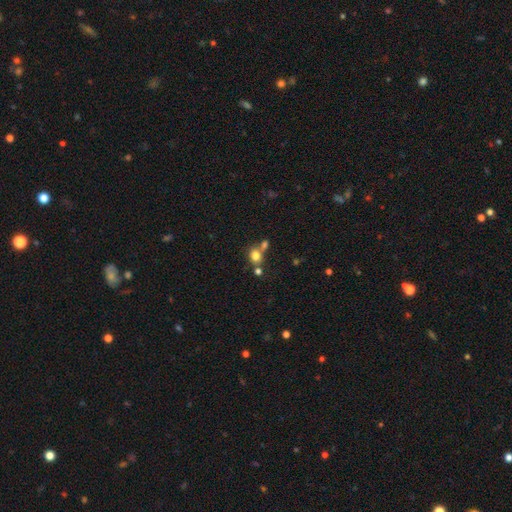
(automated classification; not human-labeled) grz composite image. It shows a smooth galaxy with no disk features (78%) that is round (68%). Merging: none (50%).